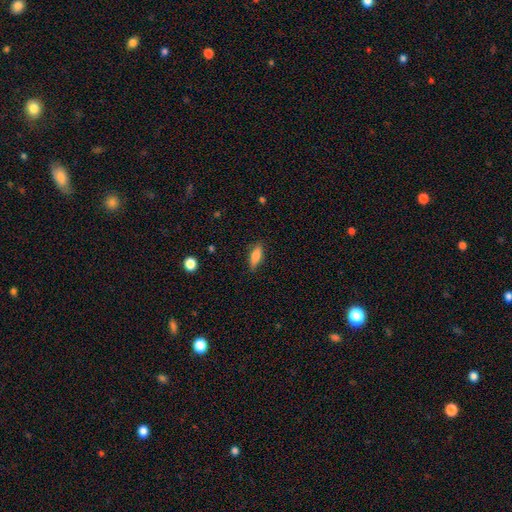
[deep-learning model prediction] Smooth or featured? smooth (78%)
How rounded? in between (64%)
Merging? none (82%)